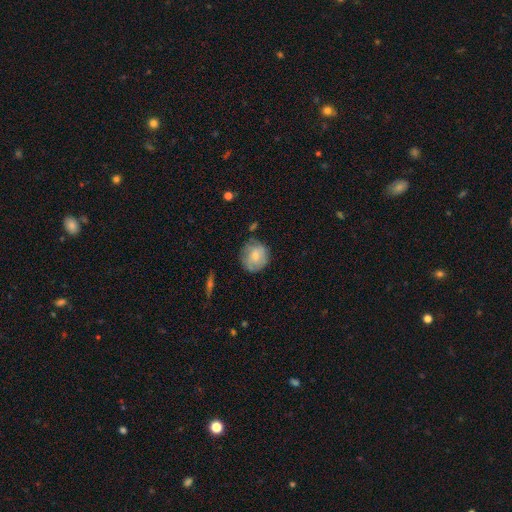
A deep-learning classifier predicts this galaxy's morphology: Smooth or featured: smooth — 67% (featured or disk — 26%)
How rounded: round — 85% (in between — 14%)
Merging: none — 67% (minor disturbance — 24%)